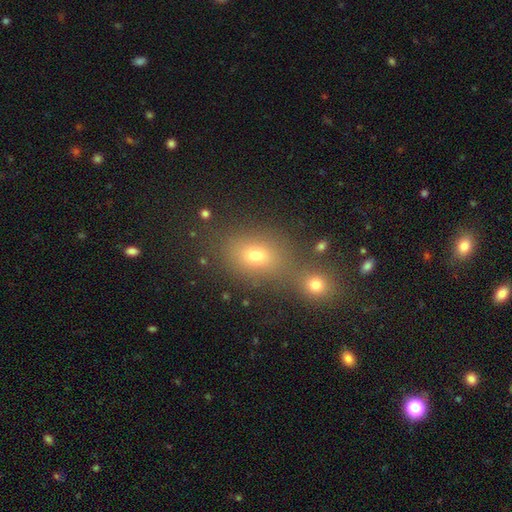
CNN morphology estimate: smooth-or-featured: smooth: 62% | star or artifact: 26% | featured or disk: 13%
  how-rounded: in between: 58% | round: 40% | cigar-shaped: 2%
  merging: none: 58% | merger: 28% | minor disturbance: 10% | major disturbance: 4%